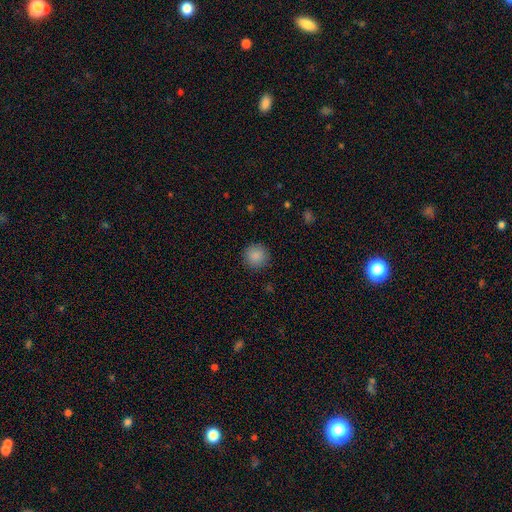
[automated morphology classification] A smooth galaxy with no disk features (88%) that is round (94%).

Vote fractions:
- Smooth or featured? smooth: 88% / star or artifact: 9% / featured or disk: 3%
- How rounded? round: 94% / in between: 5% / cigar-shaped: 1%
- Merging? none: 91% / minor disturbance: 6% / major disturbance: 2% / merger: 1%